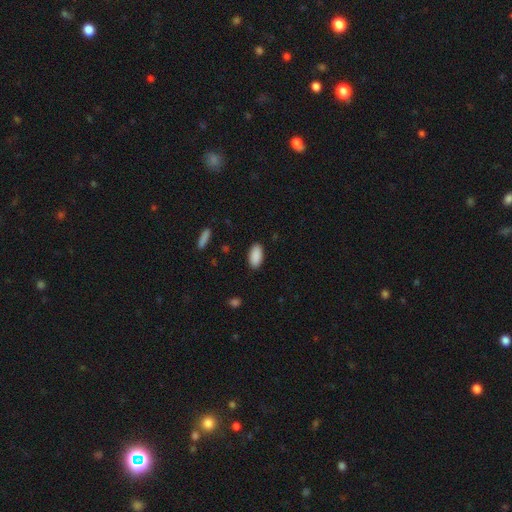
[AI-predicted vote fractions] A smooth galaxy with no disk features (91%) that is in between round and cigar-shaped (94%). Merging: none (89%).